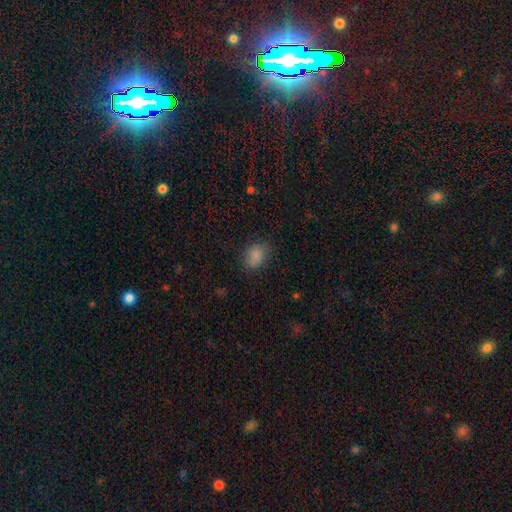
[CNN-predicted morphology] smooth_or_featured: smooth (p=0.83) [alt: star or artifact p=0.10]
how_rounded: in between (p=0.59) [alt: round p=0.39]
merging: none (p=0.74) [alt: minor disturbance p=0.18]